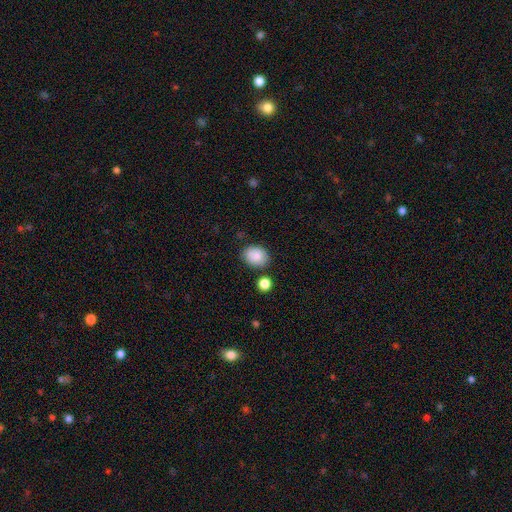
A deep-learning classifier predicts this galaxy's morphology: This appears to be a smooth galaxy with no disk features (84%) that is in between round and cigar-shaped (60%). Merging: none (79%).